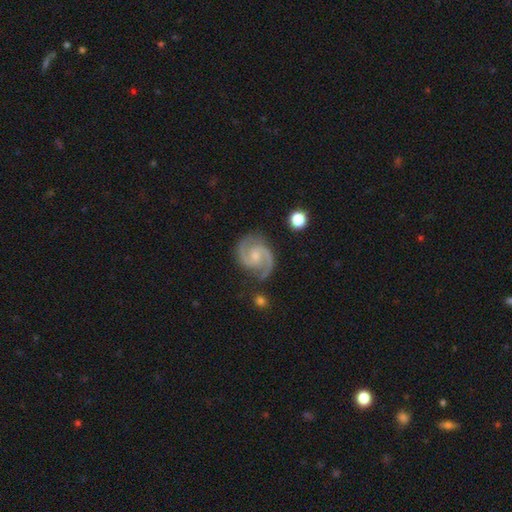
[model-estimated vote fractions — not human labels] This is clearly a featured or disk galaxy (92%). It is clearly not viewed edge-on (98%). Bar: possibly no (52%). Spiral arm pattern: clearly yes (99%). Spiral arm count: clearly 2 (94%). Spiral winding: likely medium (63%). Central bulge: possibly small (48%). Merging: likely none (80%).